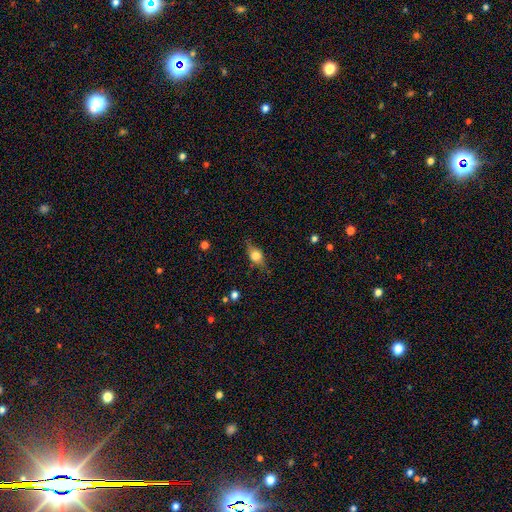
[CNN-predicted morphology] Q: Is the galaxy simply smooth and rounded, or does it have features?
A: smooth — 56%.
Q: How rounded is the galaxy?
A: in between — 67%.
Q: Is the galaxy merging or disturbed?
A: none — 72%.